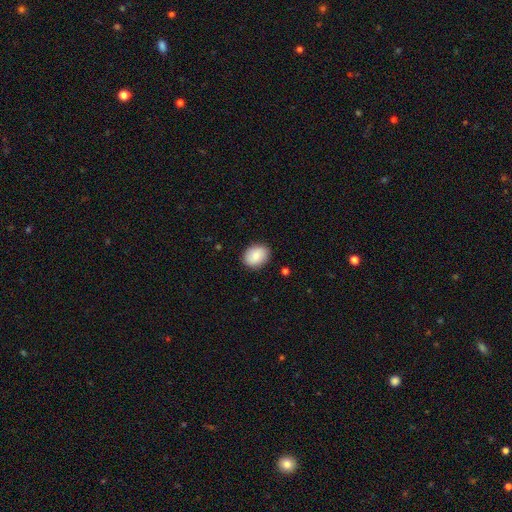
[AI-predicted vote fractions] A smooth galaxy with no disk features (83%) that is in between round and cigar-shaped (62%). Merging: none (87%).